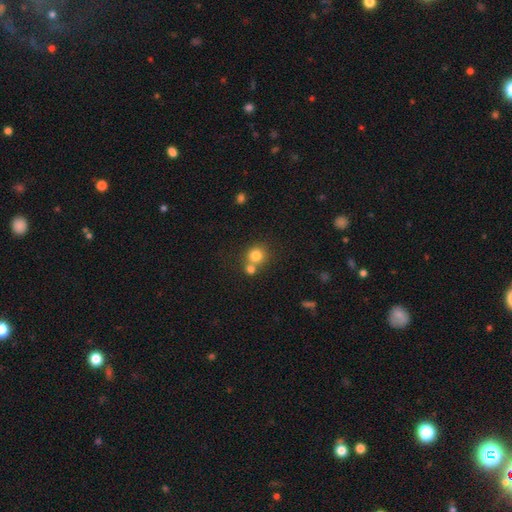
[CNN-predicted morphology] This is likely a smooth galaxy (80%). How rounded: clearly round (89%). Merging: possibly none (53%).